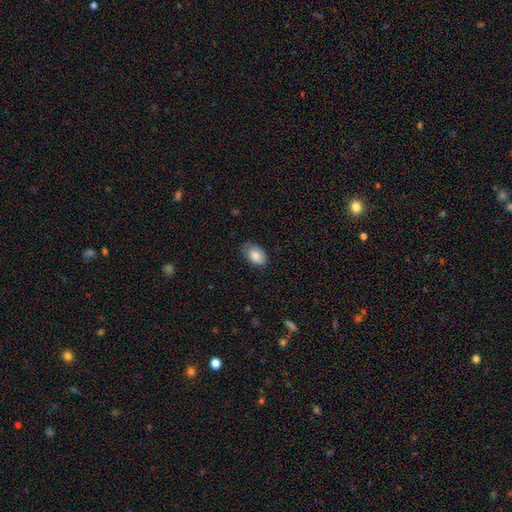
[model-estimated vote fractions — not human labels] Morphology: type=smooth (84%); roundness=in between (91%); merging=none (75%).